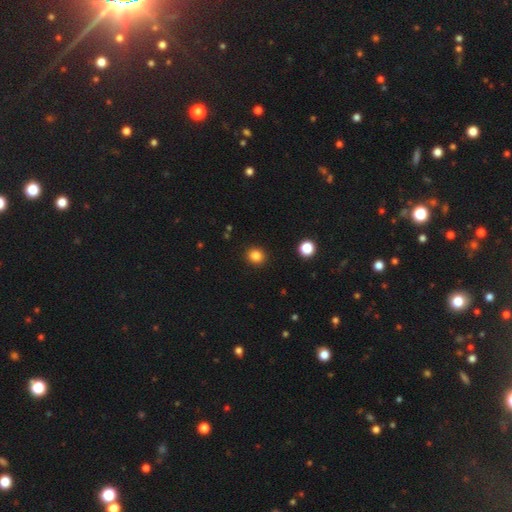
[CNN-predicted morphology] smooth-or-featured: smooth: 84% | star or artifact: 12% | featured or disk: 4%
  how-rounded: round: 84% | in between: 15% | cigar-shaped: 1%
  merging: none: 92% | minor disturbance: 5% | major disturbance: 2% | merger: 1%